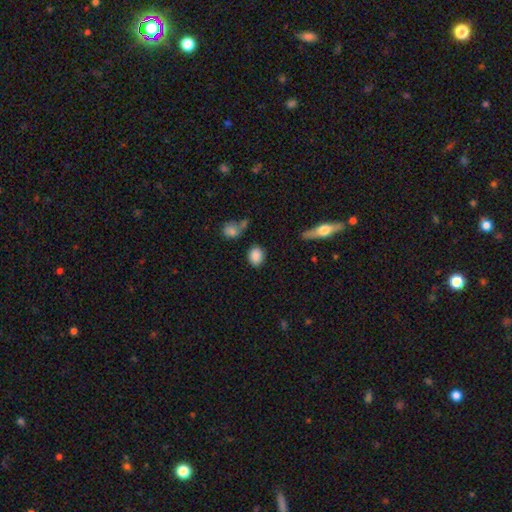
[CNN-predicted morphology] smooth_or_featured: smooth (p=0.86) [alt: star or artifact p=0.08]
how_rounded: in between (p=0.52) [alt: round p=0.46]
merging: none (p=0.79) [alt: minor disturbance p=0.12]